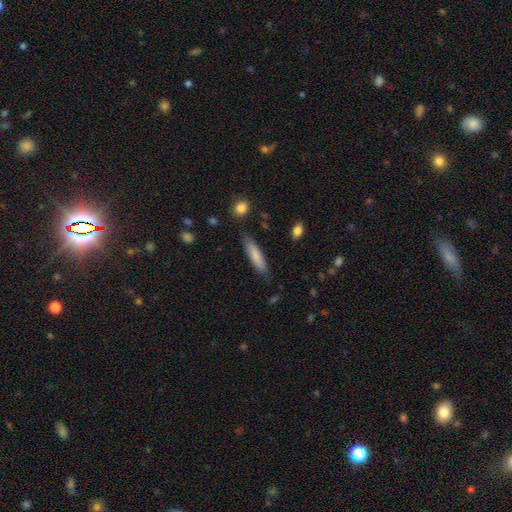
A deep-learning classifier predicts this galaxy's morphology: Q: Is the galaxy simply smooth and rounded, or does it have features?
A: smooth — 79%.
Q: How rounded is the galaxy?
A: cigar-shaped — 77%.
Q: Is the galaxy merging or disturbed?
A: none — 82%.